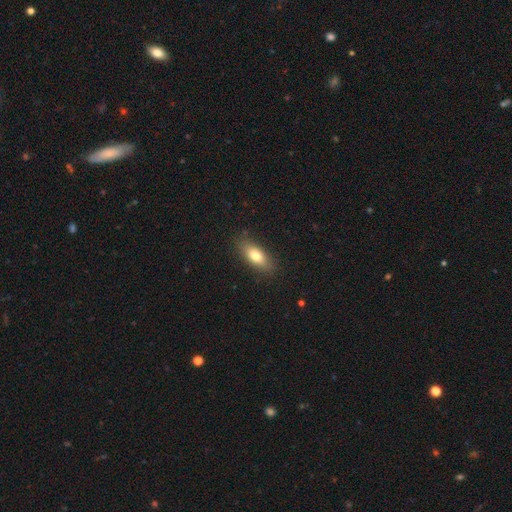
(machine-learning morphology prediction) A smooth galaxy with no disk features (76%) that is in between round and cigar-shaped (79%).

Vote fractions:
- Smooth or featured? smooth: 76% / featured or disk: 17% / star or artifact: 7%
- How rounded? in between: 79% / cigar-shaped: 18% / round: 4%
- Merging? none: 86% / minor disturbance: 11% / major disturbance: 3% / merger: 1%